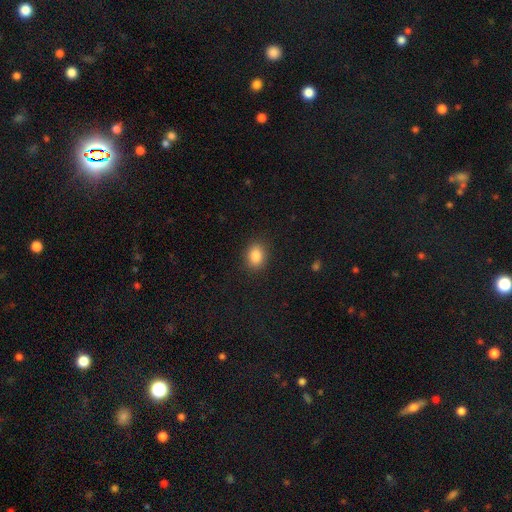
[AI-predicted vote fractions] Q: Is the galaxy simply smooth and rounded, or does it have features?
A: smooth — 87%.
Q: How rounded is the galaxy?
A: in between — 65%.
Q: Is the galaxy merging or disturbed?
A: none — 88%.